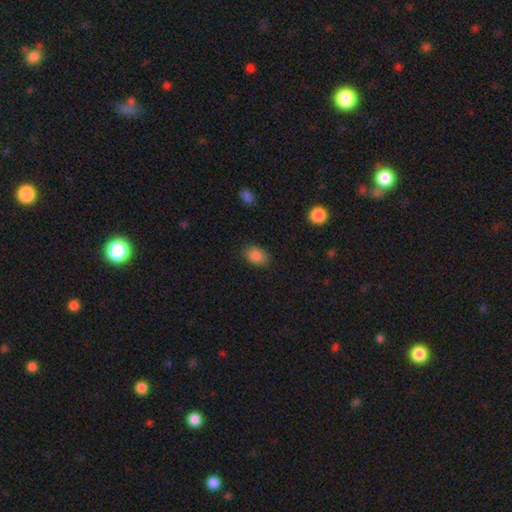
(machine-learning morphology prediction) A smooth galaxy with no disk features (86%) that is in between round and cigar-shaped (80%). Merging: none (84%).